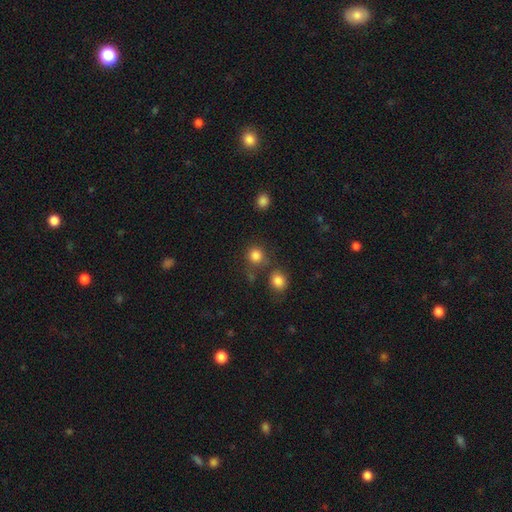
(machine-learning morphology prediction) This appears to be a smooth galaxy with no disk features (83%) that is round (89%). Merging: none (69%).